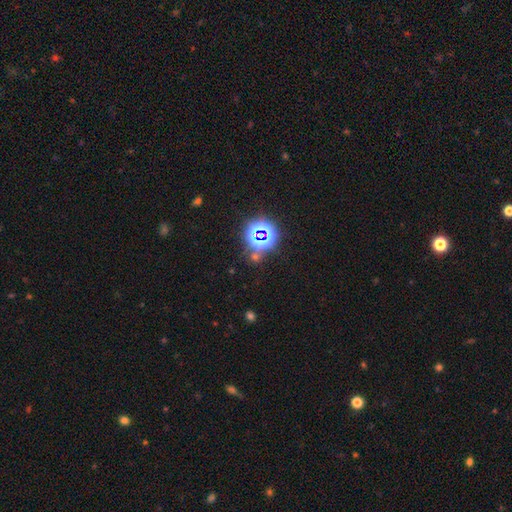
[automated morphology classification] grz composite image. It shows a star or artifact, not a galaxy (74%).